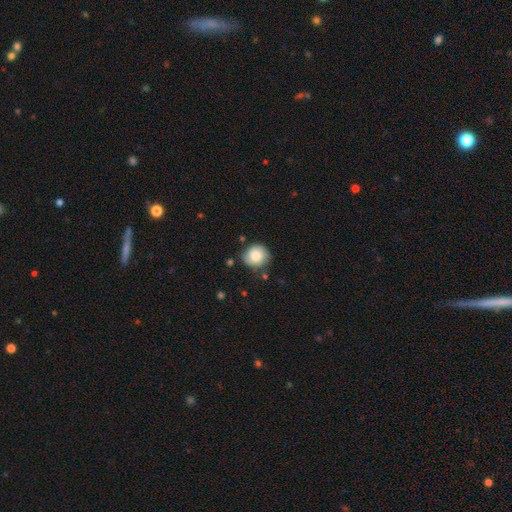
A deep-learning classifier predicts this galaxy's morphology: Smooth or featured?
  - smooth: 74% *
  - featured or disk: 18%
  - star or artifact: 8%
How rounded?
  - round: 87% *
  - in between: 13%
  - cigar-shaped: 1%
Merging?
  - none: 73% *
  - minor disturbance: 19%
  - major disturbance: 5%
  - merger: 3%